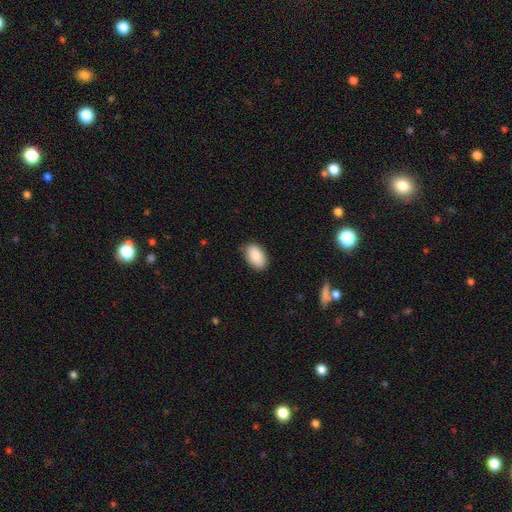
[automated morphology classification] Smooth or featured?
  - smooth: 88% *
  - star or artifact: 6%
  - featured or disk: 6%
How rounded?
  - in between: 93% *
  - round: 6%
  - cigar-shaped: 1%
Merging?
  - none: 80% *
  - minor disturbance: 16%
  - major disturbance: 3%
  - merger: 1%